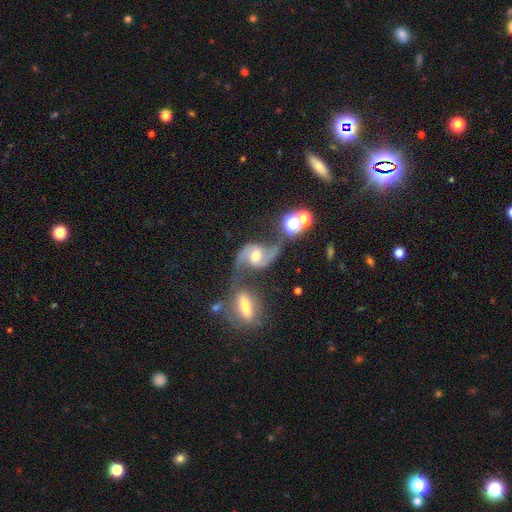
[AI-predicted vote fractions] smooth-or-featured: featured or disk: 87% | star or artifact: 7% | smooth: 6%
  disk-edge-on: no: 97% | yes: 3%
    bar: no: 45% | weak: 40% | strong: 15%
    has-spiral-arms: yes: 97% | no: 3%
      spiral-winding: loose: 66% | medium: 28% | tight: 5%
      spiral-arm-count: 2: 94% | can't tell: 2% | 1: 2% | 3: 1% | 4: 1% | more than 4: 1%
    bulge-size: moderate: 65% | small: 21% | large: 10% | none: 3% | dominant: 2%
  merging: none: 47% | merger: 31% | minor disturbance: 13% | major disturbance: 8%